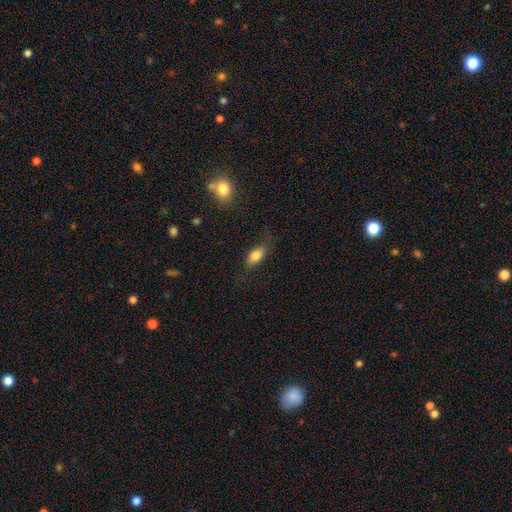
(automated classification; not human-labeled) Smooth or featured? smooth (75%)
How rounded? in between (83%)
Merging? none (69%)